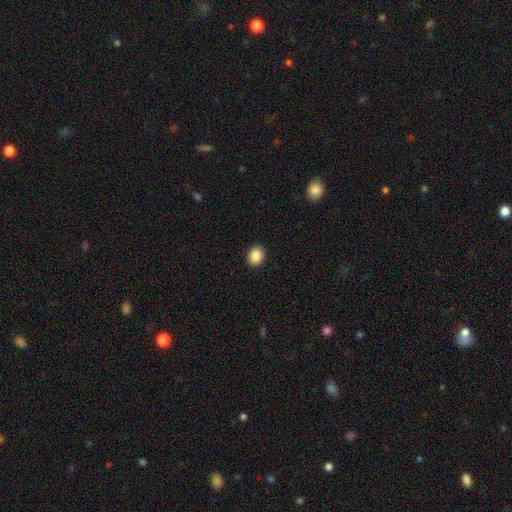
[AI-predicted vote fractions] Morphology: type=smooth (88%); roundness=round (58%); merging=none (92%).